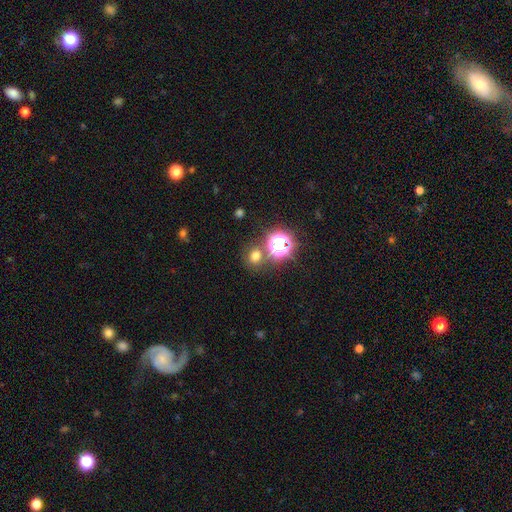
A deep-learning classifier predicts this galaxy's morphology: Smooth or featured?
  - smooth: 66% *
  - star or artifact: 27%
  - featured or disk: 7%
How rounded?
  - round: 82% *
  - in between: 17%
  - cigar-shaped: 1%
Merging?
  - none: 76% *
  - merger: 12%
  - minor disturbance: 8%
  - major disturbance: 3%